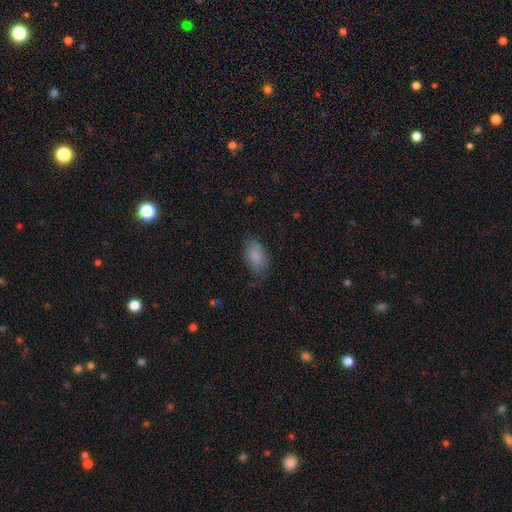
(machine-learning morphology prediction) smooth-or-featured: smooth: 85% | featured or disk: 7% | star or artifact: 7%
  how-rounded: in between: 92% | round: 5% | cigar-shaped: 3%
  merging: none: 71% | minor disturbance: 22% | major disturbance: 6% | merger: 1%